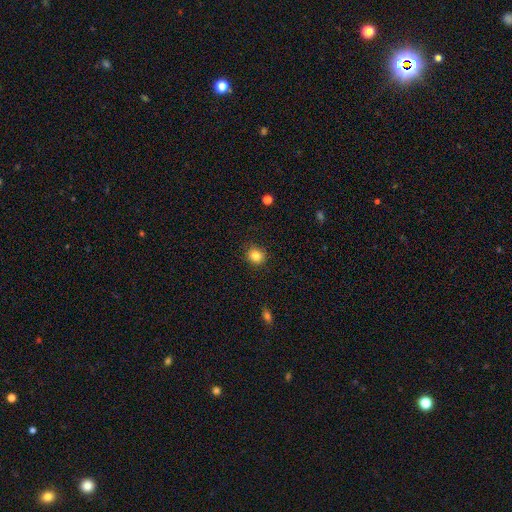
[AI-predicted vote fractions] This is clearly a smooth galaxy (84%). How rounded: clearly round (84%). Merging: clearly none (89%).